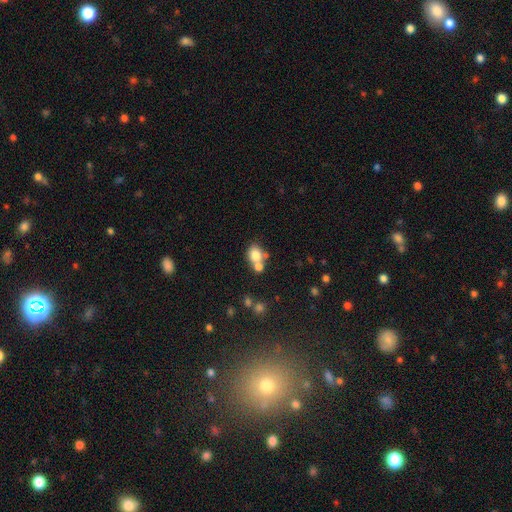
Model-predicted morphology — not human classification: smooth_or_featured: smooth (p=0.76) [alt: featured or disk p=0.13]
how_rounded: round (p=0.55) [alt: in between p=0.44]
merging: merger (p=0.43) [alt: none p=0.42]